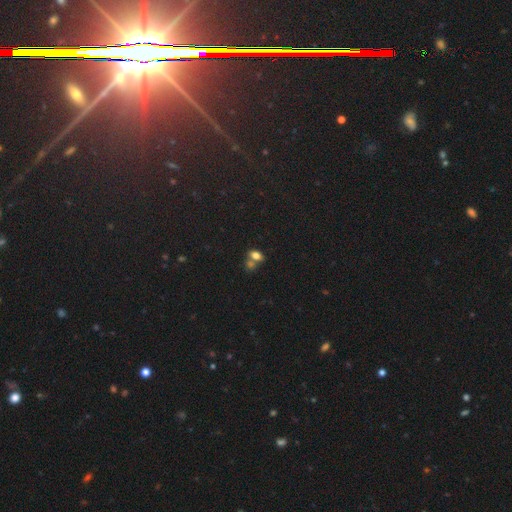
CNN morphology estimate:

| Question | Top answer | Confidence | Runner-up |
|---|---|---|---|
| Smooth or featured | smooth | 76% | star or artifact (12%) |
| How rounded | in between | 81% | round (16%) |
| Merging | merger | 47% | none (39%) |